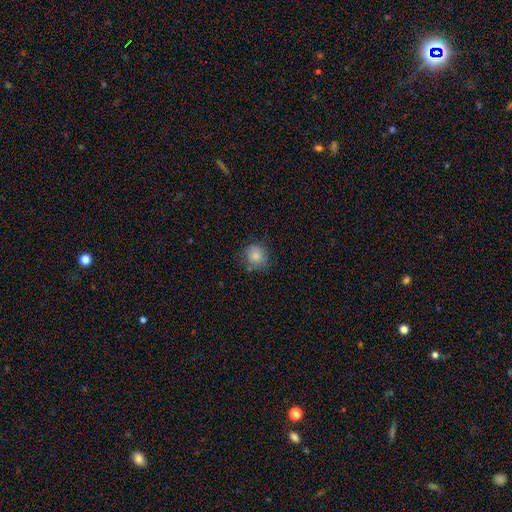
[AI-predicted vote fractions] Smooth or featured?
  - smooth: 83% *
  - star or artifact: 9%
  - featured or disk: 8%
How rounded?
  - round: 83% *
  - in between: 16%
  - cigar-shaped: 1%
Merging?
  - none: 74% *
  - minor disturbance: 19%
  - major disturbance: 5%
  - merger: 2%